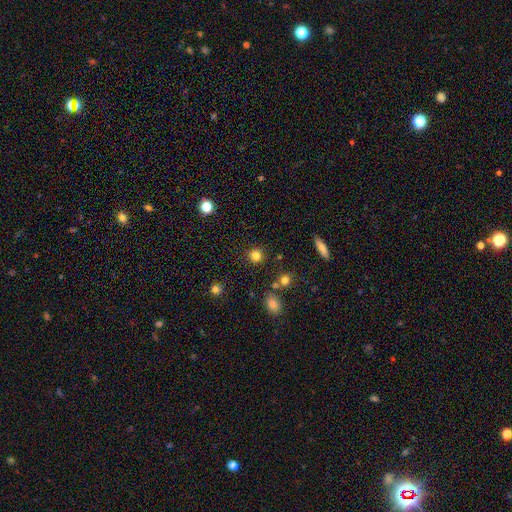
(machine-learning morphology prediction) This is clearly a smooth galaxy (81%). How rounded: clearly round (91%). Merging: clearly none (87%).